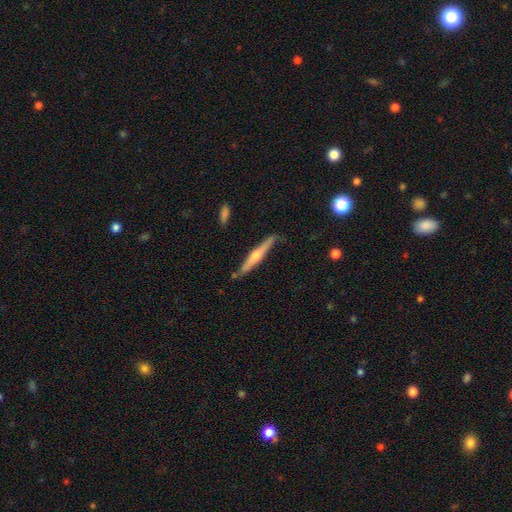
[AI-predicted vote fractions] featured or disk 67%, smooth 28%, star or artifact 6%. Down the decision tree: edge-on disk — yes (97%); edge-on bulge — rounded (86%); merging — none (84%).